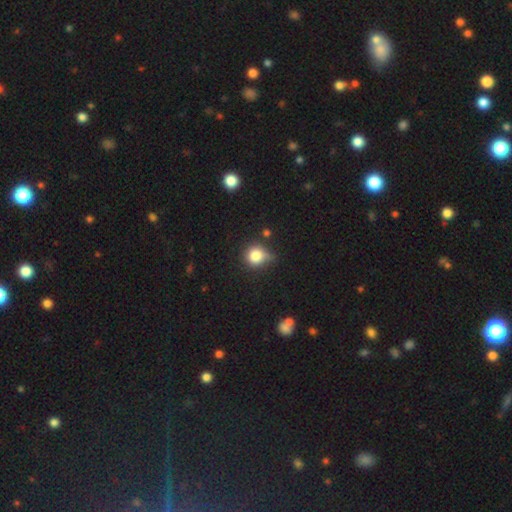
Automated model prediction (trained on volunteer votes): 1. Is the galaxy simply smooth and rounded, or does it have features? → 81% smooth, 11% star or artifact, 7% featured or disk.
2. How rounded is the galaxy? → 85% round, 14% in between, 1% cigar-shaped.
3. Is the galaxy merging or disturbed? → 54% none, 31% minor disturbance, 8% major disturbance, 6% merger.